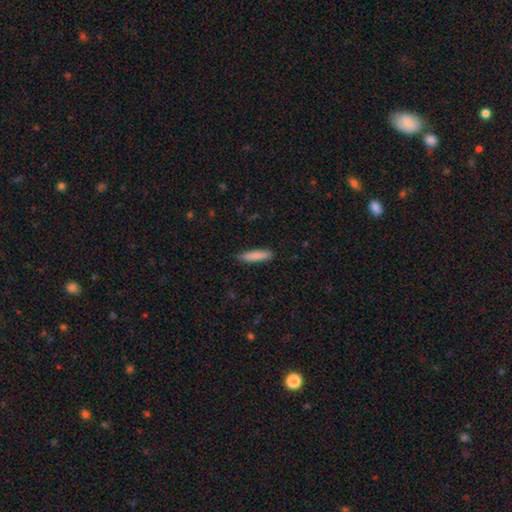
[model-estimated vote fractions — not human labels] smooth-or-featured: smooth: 86% | featured or disk: 8% | star or artifact: 6%
  how-rounded: cigar-shaped: 80% | in between: 19% | round: 1%
  merging: none: 88% | minor disturbance: 10% | major disturbance: 2% | merger: 1%